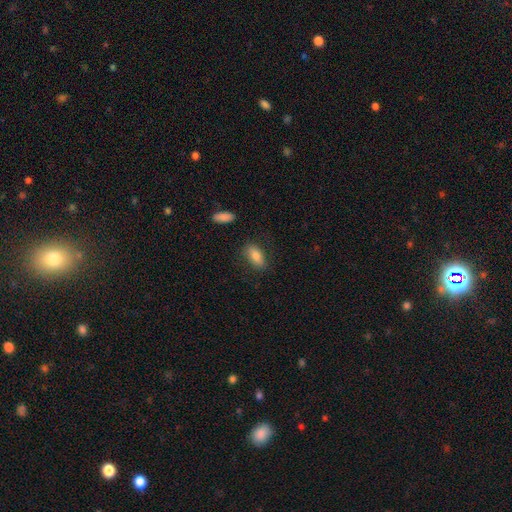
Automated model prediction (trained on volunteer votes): A smooth galaxy with no disk features (80%) that is in between round and cigar-shaped (87%).

Vote fractions:
- Smooth or featured? smooth: 80% / featured or disk: 12% / star or artifact: 7%
- How rounded? in between: 87% / cigar-shaped: 9% / round: 4%
- Merging? none: 81% / minor disturbance: 13% / major disturbance: 3% / merger: 2%